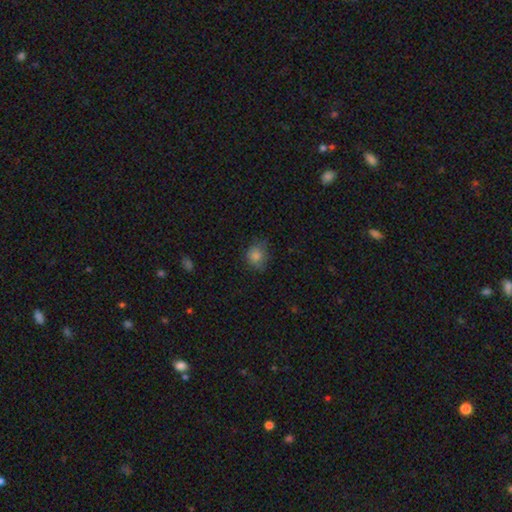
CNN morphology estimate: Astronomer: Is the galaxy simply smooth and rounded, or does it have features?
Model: smooth — 80%.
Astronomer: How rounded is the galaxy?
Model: round — 75%.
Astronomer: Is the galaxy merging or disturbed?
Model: none — 66%.